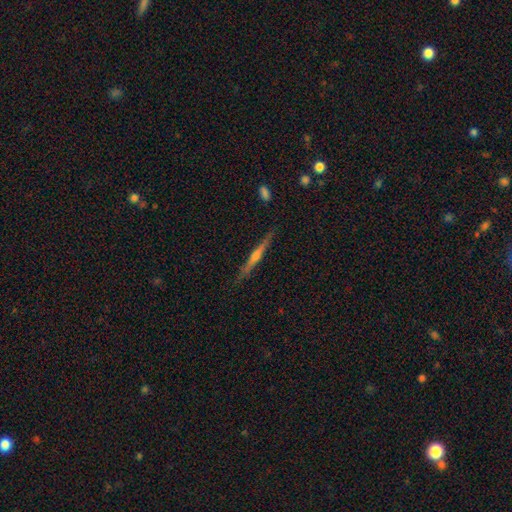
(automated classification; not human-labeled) featured or disk 75%, smooth 19%, star or artifact 6%. Down the decision tree: edge-on disk — yes (98%); edge-on bulge — rounded (71%); merging — none (90%).